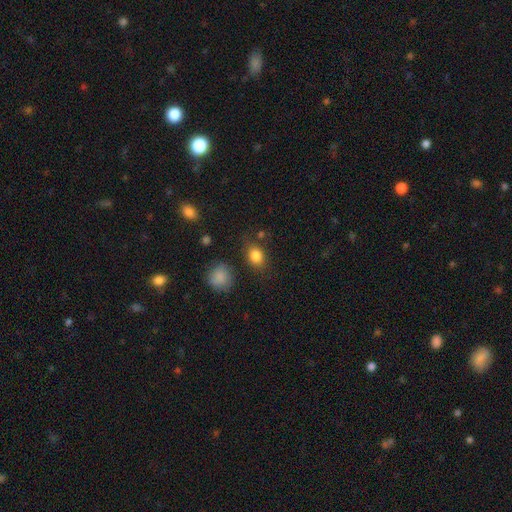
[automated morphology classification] Smooth or featured?
  - smooth: 84% *
  - star or artifact: 10%
  - featured or disk: 6%
How rounded?
  - in between: 54% *
  - round: 44%
  - cigar-shaped: 2%
Merging?
  - none: 74% *
  - minor disturbance: 17%
  - major disturbance: 5%
  - merger: 4%